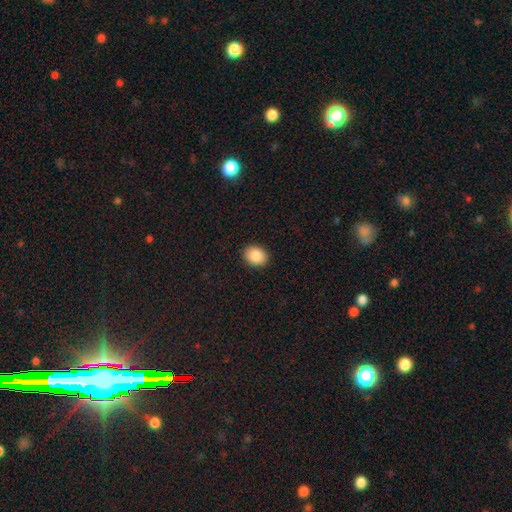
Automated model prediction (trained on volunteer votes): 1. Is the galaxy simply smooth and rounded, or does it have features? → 87% smooth, 8% star or artifact, 6% featured or disk.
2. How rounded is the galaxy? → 56% in between, 43% round, 1% cigar-shaped.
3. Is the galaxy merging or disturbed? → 91% none, 6% minor disturbance, 2% major disturbance, 1% merger.